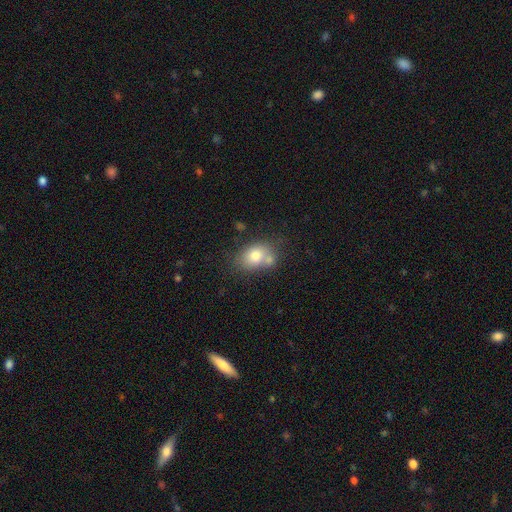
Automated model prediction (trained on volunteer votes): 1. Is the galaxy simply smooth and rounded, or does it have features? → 76% smooth, 15% featured or disk, 9% star or artifact.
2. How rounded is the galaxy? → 69% in between, 30% round, 1% cigar-shaped.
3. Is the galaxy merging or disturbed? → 51% none, 28% merger, 16% minor disturbance, 5% major disturbance.